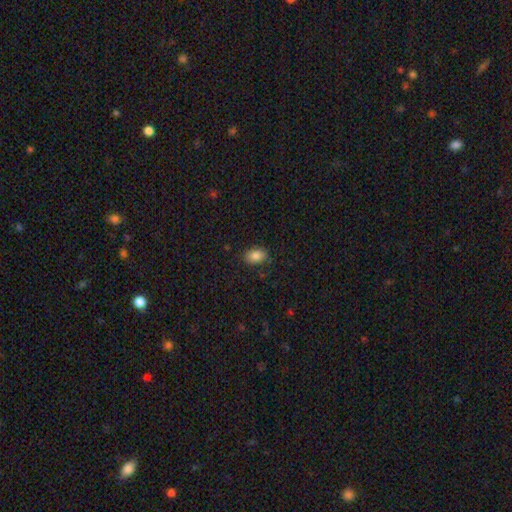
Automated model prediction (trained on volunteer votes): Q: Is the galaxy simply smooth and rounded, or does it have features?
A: smooth — 86%.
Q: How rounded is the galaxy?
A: in between — 83%.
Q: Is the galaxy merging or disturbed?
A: none — 84%.